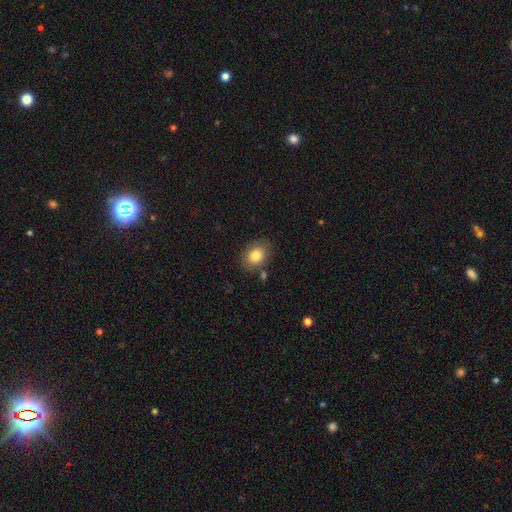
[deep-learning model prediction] The model was most divided on "how rounded": in between: 67%, round: 32%, cigar-shaped: 1%. More confident: smooth or featured — smooth (82%); merging — none (79%).